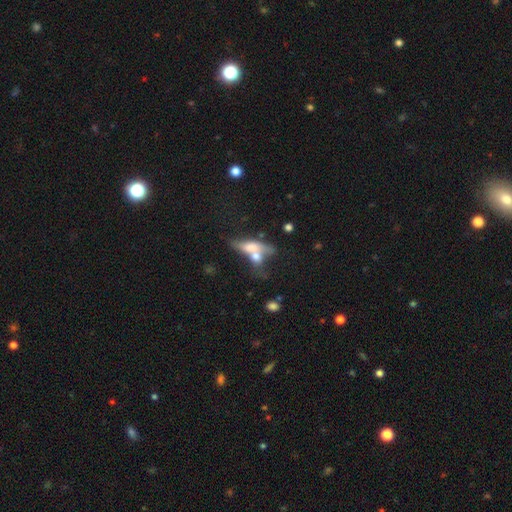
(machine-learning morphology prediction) This is possibly a smooth galaxy (56%). How rounded: possibly in between (55%). Merging: possibly merger (56%).